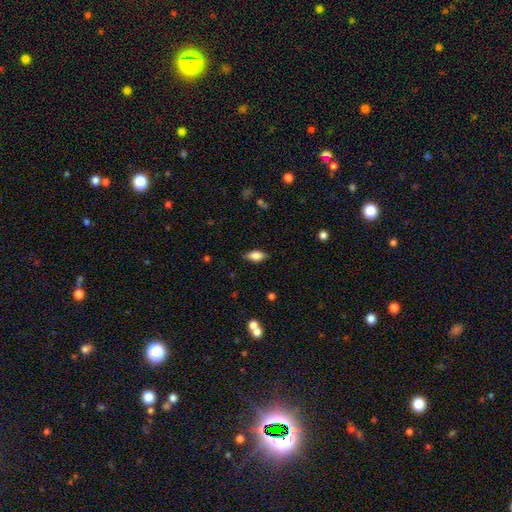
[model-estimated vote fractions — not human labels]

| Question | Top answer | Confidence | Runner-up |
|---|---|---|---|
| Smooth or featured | smooth | 77% | featured or disk (16%) |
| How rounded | in between | 85% | cigar-shaped (11%) |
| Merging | none | 85% | minor disturbance (11%) |